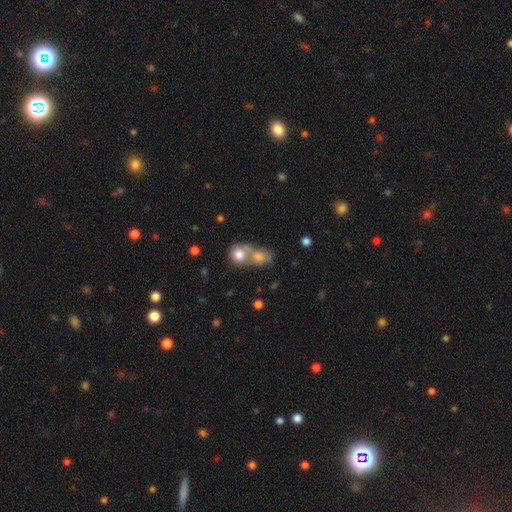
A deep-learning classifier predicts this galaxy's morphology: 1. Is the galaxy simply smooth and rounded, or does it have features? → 73% smooth, 14% featured or disk, 13% star or artifact.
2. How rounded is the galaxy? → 64% round, 33% in between, 2% cigar-shaped.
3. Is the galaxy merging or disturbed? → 60% merger, 29% none, 6% minor disturbance, 4% major disturbance.